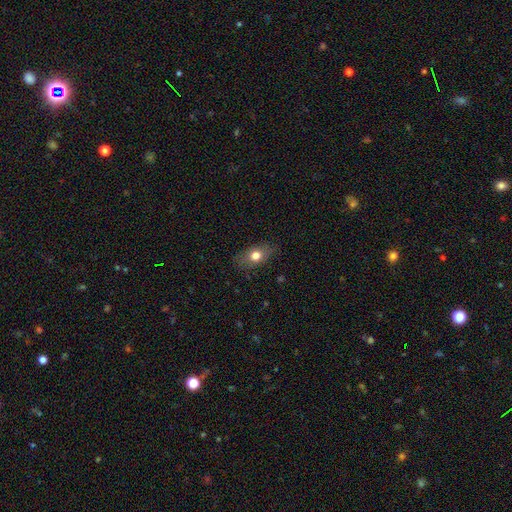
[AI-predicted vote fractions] Morphology: type=smooth (73%); roundness=in between (76%); merging=none (80%).